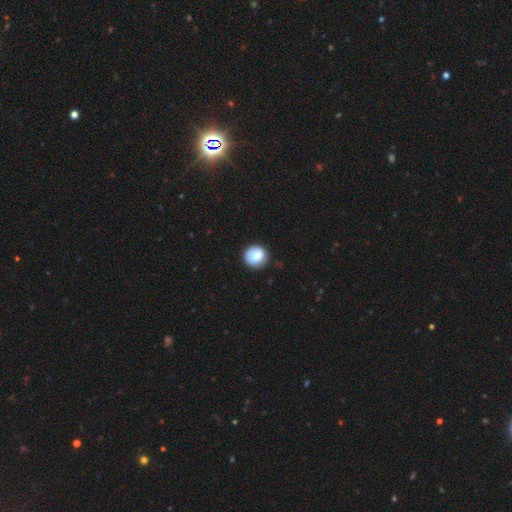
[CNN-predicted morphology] A smooth galaxy with no disk features (82%) that is round (89%). Merging: none (84%).